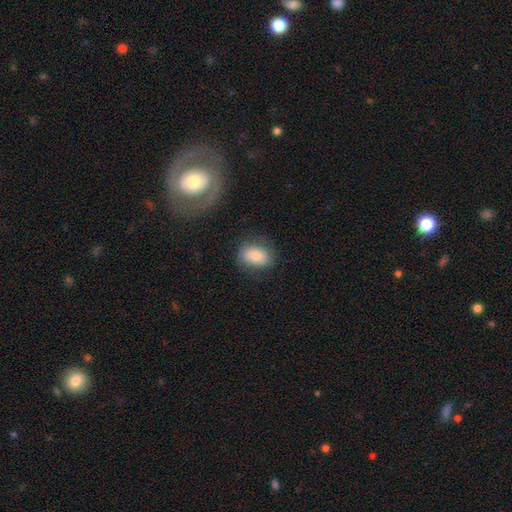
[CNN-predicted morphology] smooth-or-featured: smooth: 72% | featured or disk: 19% | star or artifact: 8%
  how-rounded: in between: 67% | round: 32% | cigar-shaped: 1%
  merging: none: 74% | minor disturbance: 17% | major disturbance: 7% | merger: 2%